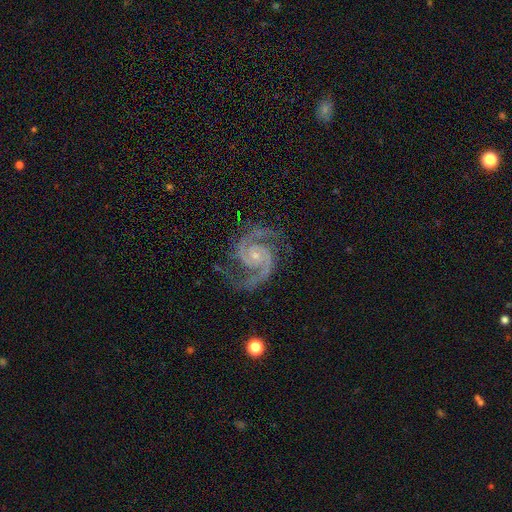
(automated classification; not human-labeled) This is clearly a featured or disk galaxy (94%). It is clearly not viewed edge-on (98%). Bar: likely no (66%). Spiral arm pattern: clearly yes (99%). Spiral arm count: clearly 2 (88%). Spiral winding: possibly medium (52%). Central bulge: likely small (74%). Merging: likely none (74%).